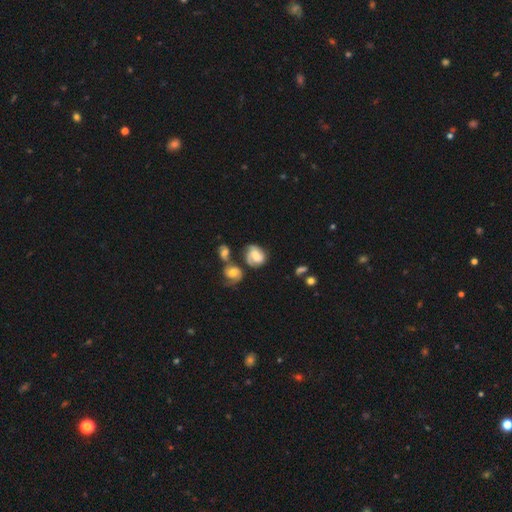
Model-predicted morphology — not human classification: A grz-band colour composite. It shows a featured or disk galaxy (66%) with no bar (51%), 2 (56%) medium (44%) spiral arms (93%) and a moderate central bulge (45%). Merging: none (44%).